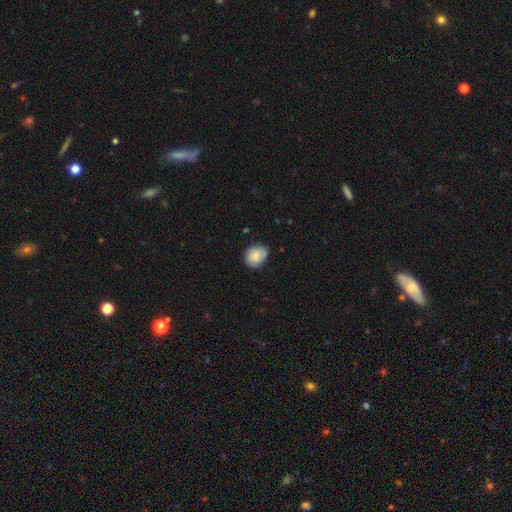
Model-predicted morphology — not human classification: smooth_or_featured: smooth (p=0.82) [alt: featured or disk p=0.11]
how_rounded: round (p=0.51) [alt: in between p=0.48]
merging: none (p=0.71) [alt: minor disturbance p=0.24]